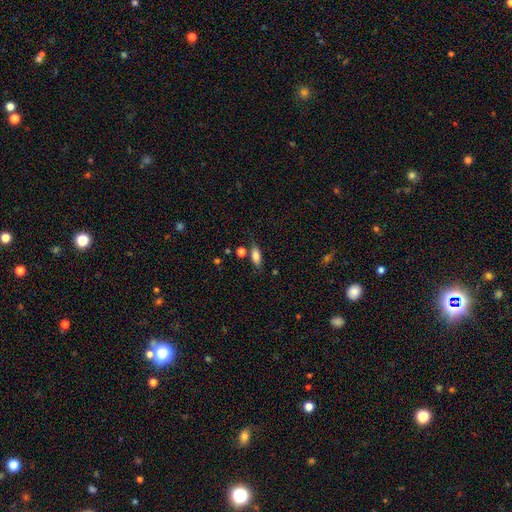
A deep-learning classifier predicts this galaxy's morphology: This is clearly a smooth galaxy (81%). How rounded: clearly in between (85%). Merging: likely none (74%).